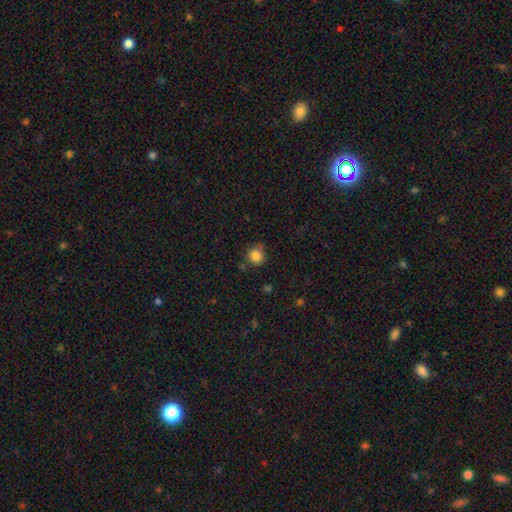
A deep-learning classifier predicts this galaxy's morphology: The model was most divided on "merging": none: 69%, minor disturbance: 21%, major disturbance: 5%, merger: 5%. More confident: how rounded — round (88%); smooth or featured — smooth (84%).